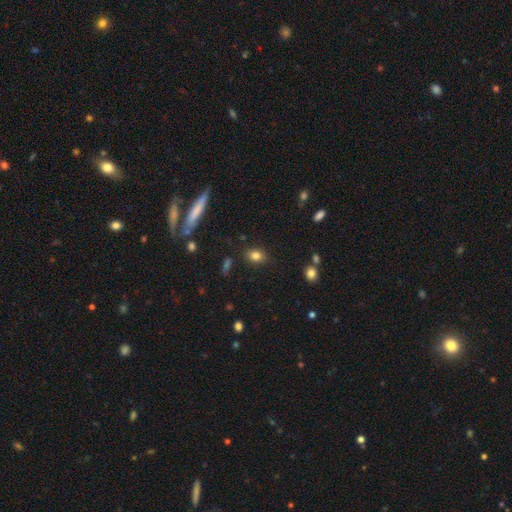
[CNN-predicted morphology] Smooth or featured: smooth — 81% (star or artifact — 11%)
How rounded: in between — 68% (round — 29%)
Merging: none — 85% (minor disturbance — 10%)